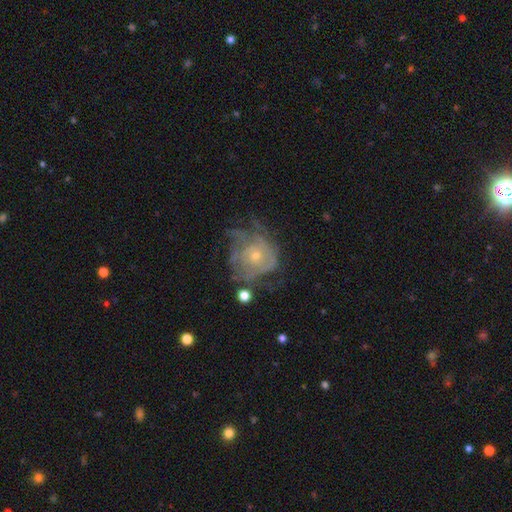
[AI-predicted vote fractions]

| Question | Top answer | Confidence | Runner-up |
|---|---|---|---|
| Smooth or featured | featured or disk | 75% | smooth (16%) |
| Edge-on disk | no | 97% | yes (3%) |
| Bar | no | 81% | weak (16%) |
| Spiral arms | yes | 81% | no (19%) |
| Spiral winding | tight | 62% | medium (27%) |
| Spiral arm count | can't tell | 51% | 3 (15%) |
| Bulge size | small | 64% | moderate (31%) |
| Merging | none | 45% | major disturbance (27%) |